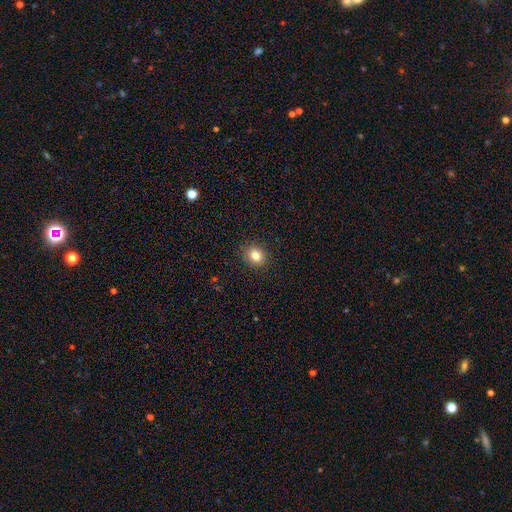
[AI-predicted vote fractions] Smooth or featured: smooth — 82% (star or artifact — 11%)
How rounded: round — 65% (in between — 34%)
Merging: none — 90% (minor disturbance — 7%)